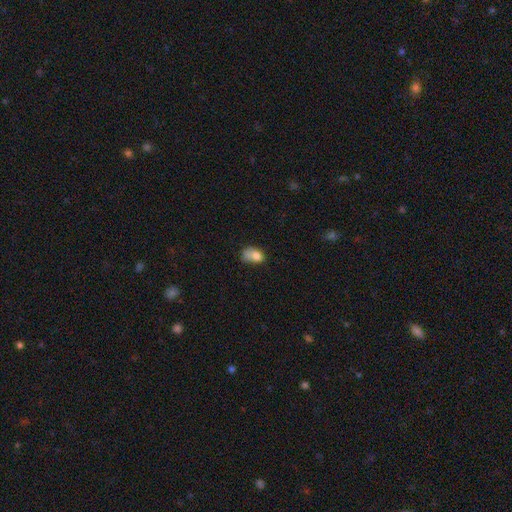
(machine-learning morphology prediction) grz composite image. It shows a smooth galaxy with no disk features (75%) that is in between round and cigar-shaped (77%). Merging: minor disturbance (32%).